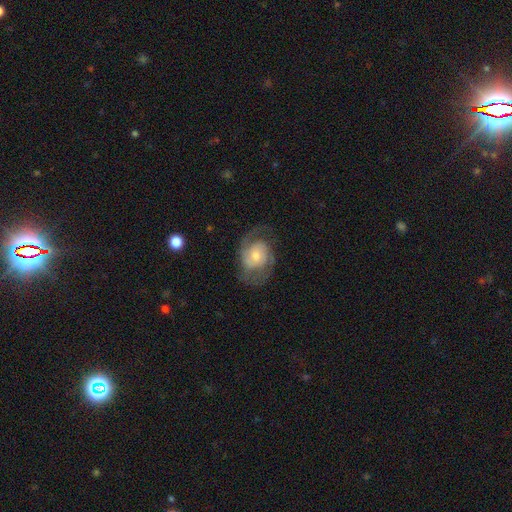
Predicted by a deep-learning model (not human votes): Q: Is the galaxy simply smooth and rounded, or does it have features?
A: featured or disk — 80%.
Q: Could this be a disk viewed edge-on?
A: no — 97%.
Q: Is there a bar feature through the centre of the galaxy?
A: no — 62%.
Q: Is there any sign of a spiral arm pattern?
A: yes — 94%.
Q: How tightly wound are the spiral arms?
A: medium — 50%.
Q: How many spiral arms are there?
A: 2 — 79%.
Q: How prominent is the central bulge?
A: moderate — 46%.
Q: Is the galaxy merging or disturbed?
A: none — 68%.